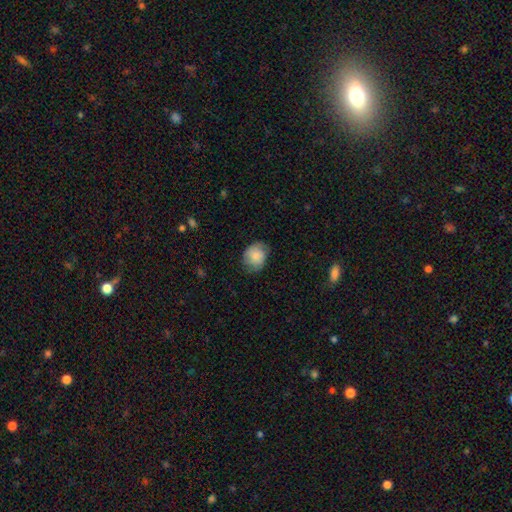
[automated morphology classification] Smooth or featured: smooth — 77% (featured or disk — 16%)
How rounded: round — 54% (in between — 45%)
Merging: none — 63% (minor disturbance — 28%)